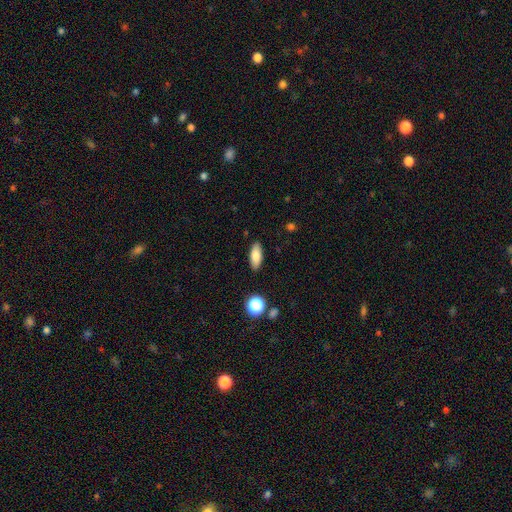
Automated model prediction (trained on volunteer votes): Smooth or featured? smooth (81%)
How rounded? in between (78%)
Merging? none (88%)